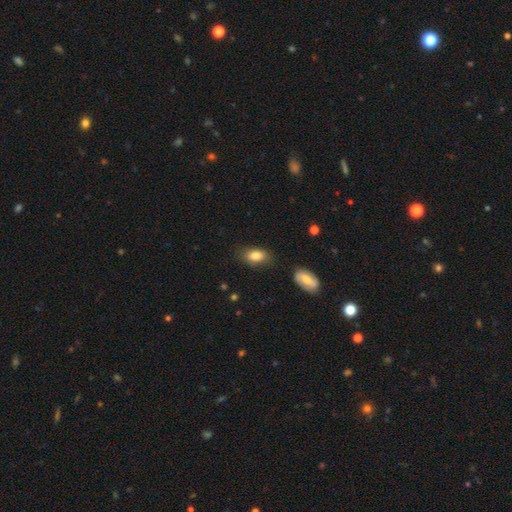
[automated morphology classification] Smooth or featured?
  - smooth: 83% *
  - featured or disk: 9%
  - star or artifact: 8%
How rounded?
  - in between: 88% *
  - round: 9%
  - cigar-shaped: 3%
Merging?
  - none: 76% *
  - minor disturbance: 17%
  - major disturbance: 4%
  - merger: 3%